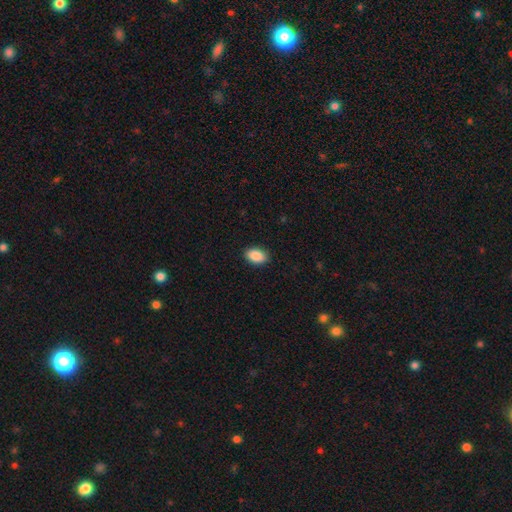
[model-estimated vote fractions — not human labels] The model was most divided on "how rounded": in between: 90%, round: 9%, cigar-shaped: 1%. More confident: merging — none (90%); smooth or featured — smooth (89%).